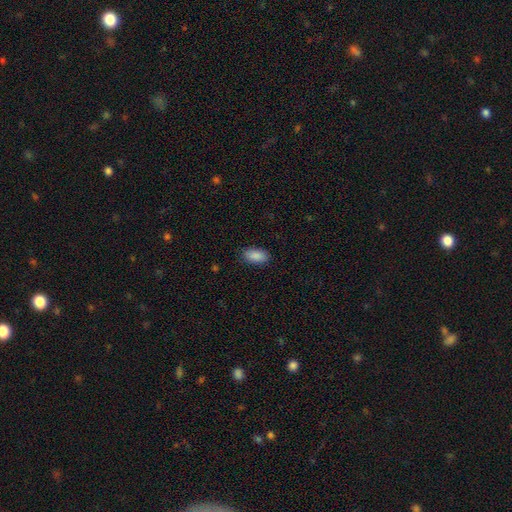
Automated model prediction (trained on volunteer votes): Smooth or featured? smooth (90%)
How rounded? in between (93%)
Merging? none (88%)